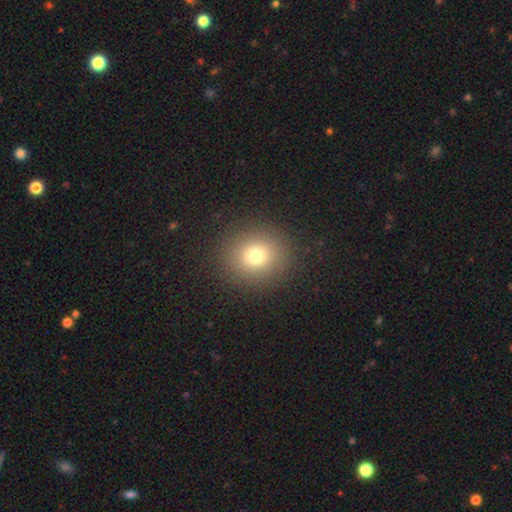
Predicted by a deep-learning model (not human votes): smooth_or_featured: smooth (p=0.75) [alt: star or artifact p=0.15]
how_rounded: round (p=0.86) [alt: in between p=0.13]
merging: none (p=0.90) [alt: minor disturbance p=0.06]